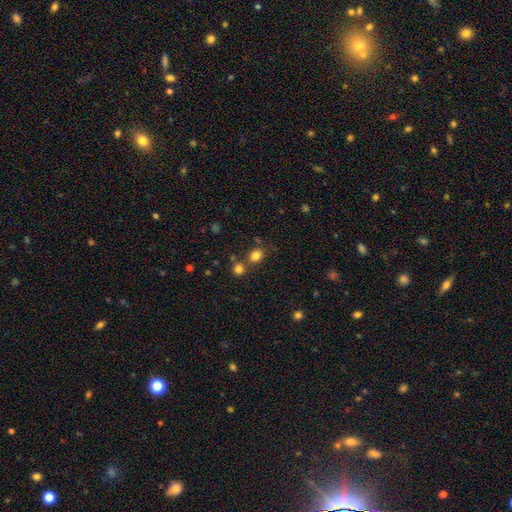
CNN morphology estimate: This is clearly a smooth galaxy (81%). How rounded: likely round (66%). Merging: likely none (70%).